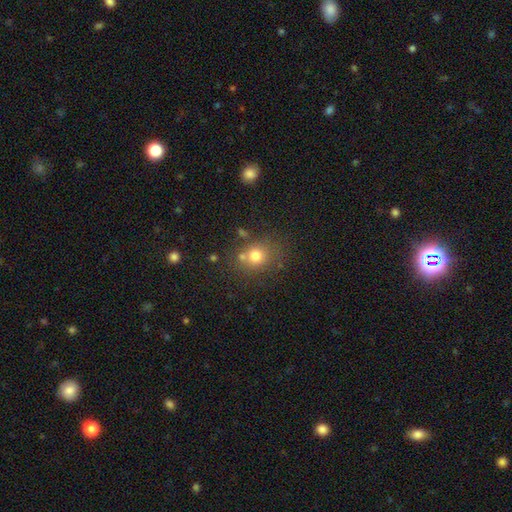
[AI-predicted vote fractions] smooth_or_featured: smooth (p=0.74) [alt: star or artifact p=0.15]
how_rounded: round (p=0.76) [alt: in between p=0.23]
merging: none (p=0.65) [alt: merger p=0.16]